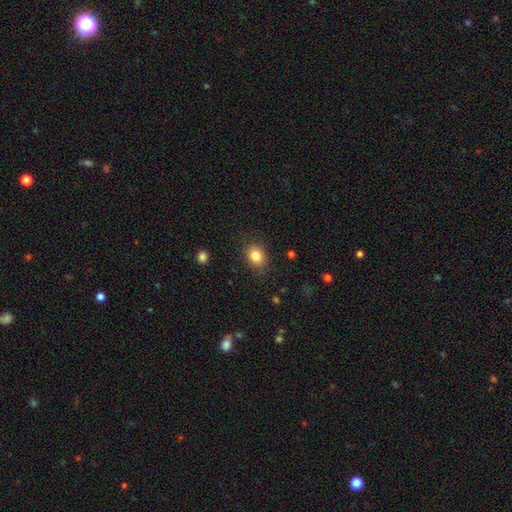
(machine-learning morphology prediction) smooth_or_featured: smooth (p=0.84) [alt: star or artifact p=0.10]
how_rounded: in between (p=0.52) [alt: round p=0.47]
merging: none (p=0.84) [alt: minor disturbance p=0.12]